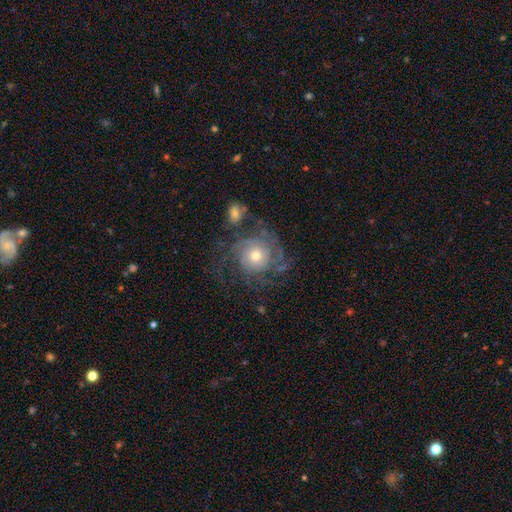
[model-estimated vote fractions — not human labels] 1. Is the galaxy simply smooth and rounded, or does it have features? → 76% featured or disk, 16% smooth, 9% star or artifact.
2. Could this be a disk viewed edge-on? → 97% no, 3% yes.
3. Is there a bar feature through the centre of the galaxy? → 82% no, 15% weak, 3% strong.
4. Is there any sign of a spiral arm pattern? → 91% yes, 9% no.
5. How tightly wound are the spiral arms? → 55% tight, 31% medium, 13% loose.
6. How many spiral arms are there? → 36% can't tell, 21% 3, 15% 4, 14% 2, 7% more than 4, 6% 1.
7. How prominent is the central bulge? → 61% moderate, 29% small, 8% large, 1% dominant, 1% none.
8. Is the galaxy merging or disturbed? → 61% none, 17% major disturbance, 16% minor disturbance, 6% merger.